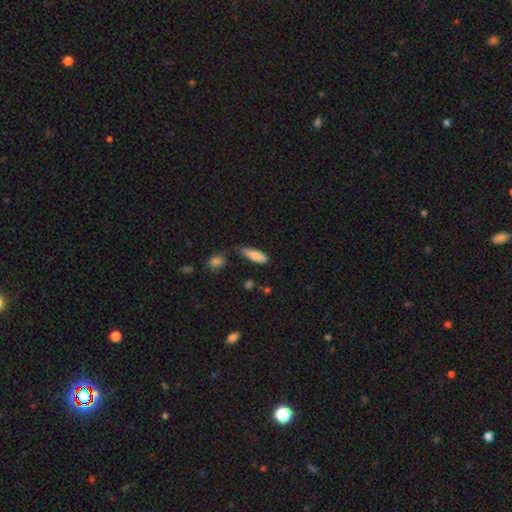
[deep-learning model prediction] smooth_or_featured: smooth (p=0.83) [alt: featured or disk p=0.11]
how_rounded: cigar-shaped (p=0.59) [alt: in between p=0.39]
merging: none (p=0.66) [alt: minor disturbance p=0.25]